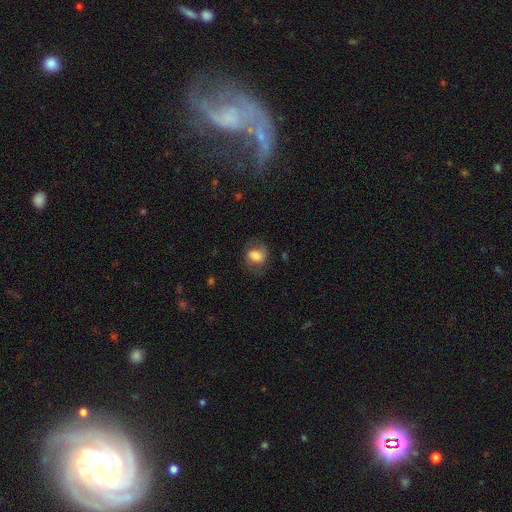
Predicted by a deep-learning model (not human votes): Smooth or featured?
  - smooth: 71% *
  - featured or disk: 20%
  - star or artifact: 8%
How rounded?
  - in between: 62% *
  - round: 37%
  - cigar-shaped: 1%
Merging?
  - none: 61% *
  - minor disturbance: 23%
  - major disturbance: 14%
  - merger: 1%